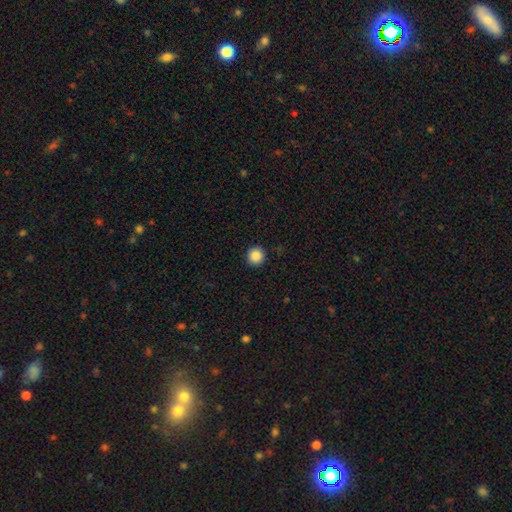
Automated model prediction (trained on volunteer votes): This is clearly a smooth galaxy (87%). How rounded: clearly round (95%). Merging: clearly none (92%).